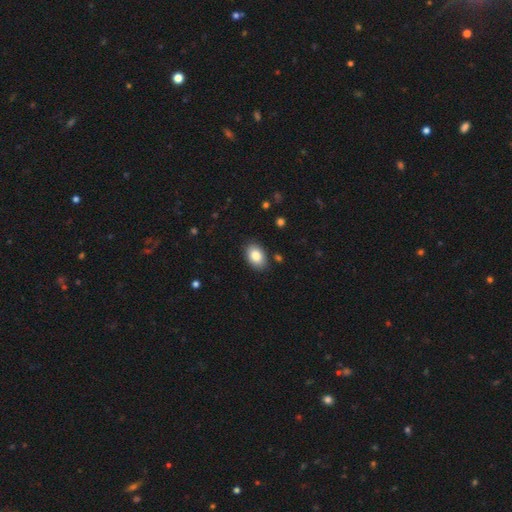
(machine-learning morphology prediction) Smooth or featured?
  - smooth: 84% *
  - featured or disk: 8%
  - star or artifact: 7%
How rounded?
  - in between: 86% *
  - round: 13%
  - cigar-shaped: 1%
Merging?
  - none: 87% *
  - minor disturbance: 10%
  - major disturbance: 2%
  - merger: 2%